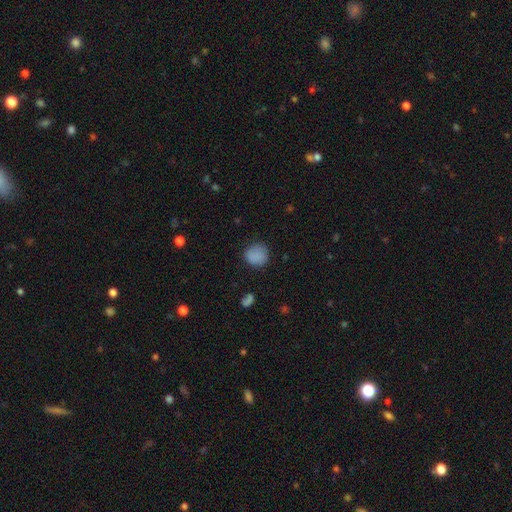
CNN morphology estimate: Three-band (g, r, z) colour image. It shows a smooth galaxy with no disk features (85%) that is round (87%). Merging: none (80%).